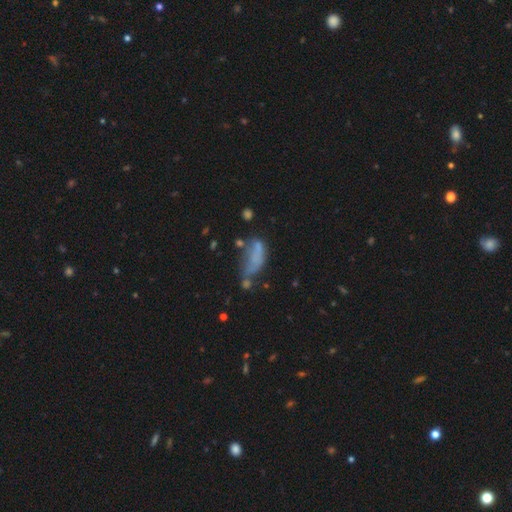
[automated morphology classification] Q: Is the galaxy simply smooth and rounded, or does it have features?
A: smooth — 54%.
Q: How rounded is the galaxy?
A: in between — 74%.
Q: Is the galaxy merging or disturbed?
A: major disturbance — 30%.